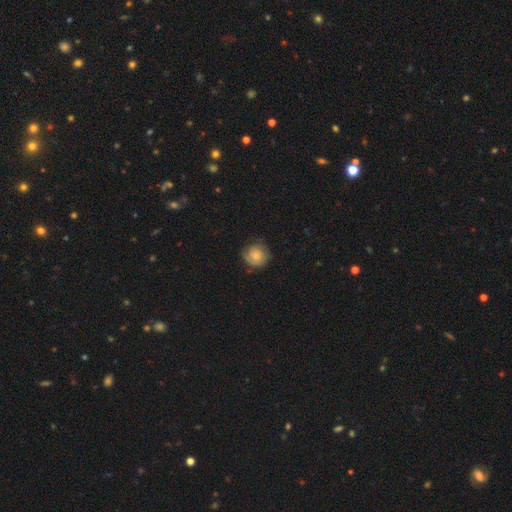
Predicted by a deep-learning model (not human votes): Overall: smooth (66%; featured or disk 27%). How rounded: round (90%). Merging: none (70%).